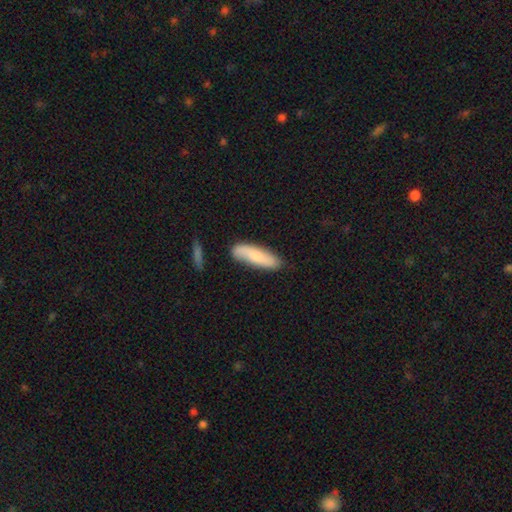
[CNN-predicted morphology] Smooth or featured? smooth (72%)
How rounded? cigar-shaped (58%)
Merging? none (76%)